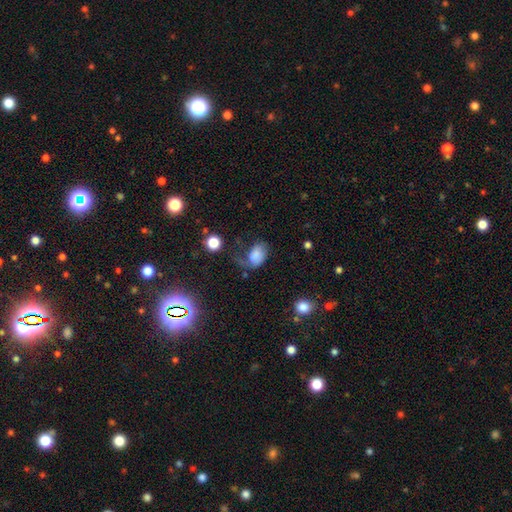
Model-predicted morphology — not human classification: smooth_or_featured: smooth (p=0.68) [alt: featured or disk p=0.21]
how_rounded: in between (p=0.81) [alt: round p=0.18]
merging: major disturbance (p=0.39) [alt: minor disturbance p=0.27]